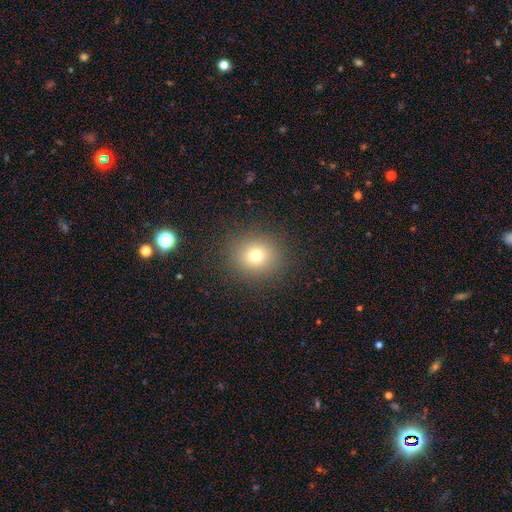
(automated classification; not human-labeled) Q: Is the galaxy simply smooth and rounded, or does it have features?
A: smooth — 75%.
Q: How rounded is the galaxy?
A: round — 84%.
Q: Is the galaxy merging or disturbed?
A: none — 89%.